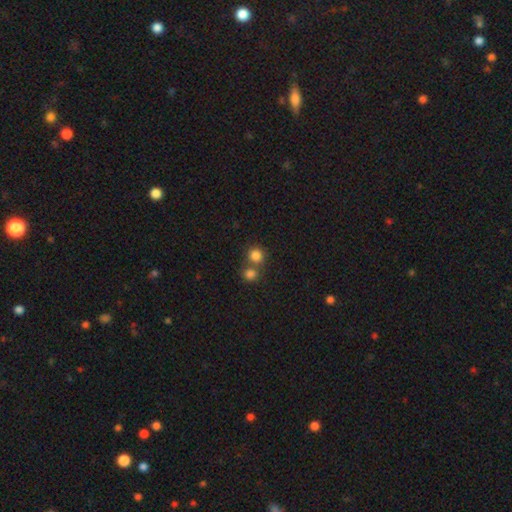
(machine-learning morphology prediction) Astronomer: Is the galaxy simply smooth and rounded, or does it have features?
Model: smooth — 82%.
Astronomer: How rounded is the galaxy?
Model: round — 90%.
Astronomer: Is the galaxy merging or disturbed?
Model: none — 56% (runner-up: merger, 35%).